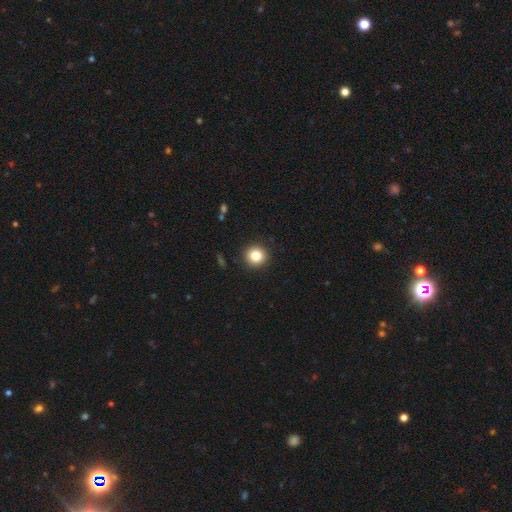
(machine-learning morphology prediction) This is clearly a smooth galaxy (84%). How rounded: clearly round (93%). Merging: clearly none (92%).